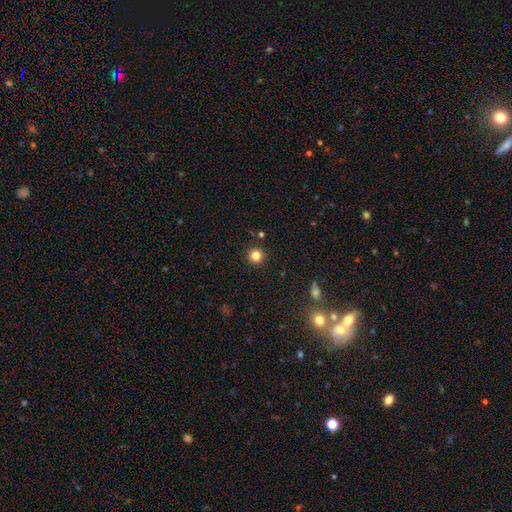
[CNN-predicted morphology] smooth_or_featured: smooth (p=0.83) [alt: star or artifact p=0.12]
how_rounded: round (p=0.96) [alt: in between p=0.03]
merging: none (p=0.92) [alt: minor disturbance p=0.05]